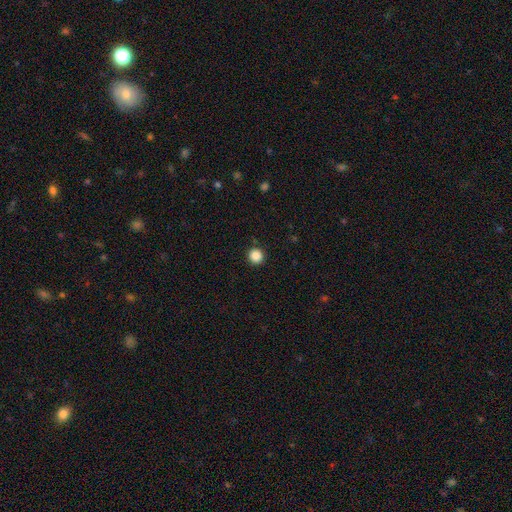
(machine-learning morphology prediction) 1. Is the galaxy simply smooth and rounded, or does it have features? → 87% smooth, 11% star or artifact, 3% featured or disk.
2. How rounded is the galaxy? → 95% round, 4% in between, 1% cigar-shaped.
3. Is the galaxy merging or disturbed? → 92% none, 5% minor disturbance, 2% major disturbance, 1% merger.